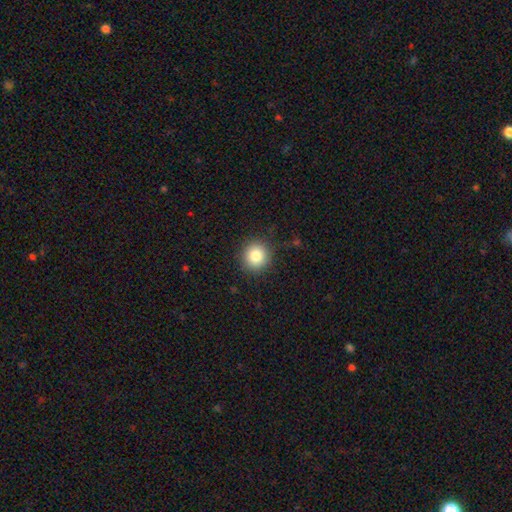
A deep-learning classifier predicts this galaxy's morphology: A smooth galaxy with no disk features (83%) that is round (92%). Merging: none (89%).